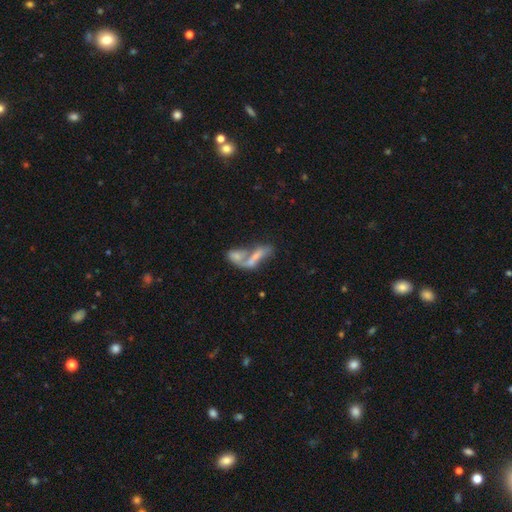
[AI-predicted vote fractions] Smooth or featured: featured or disk — 43% (smooth — 41%)
Merging: merger — 64% (none — 19%)